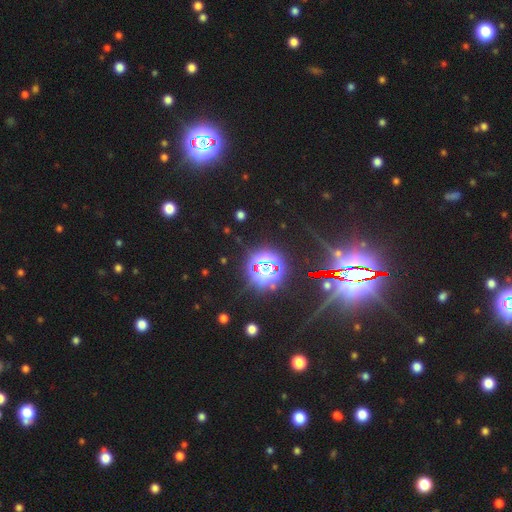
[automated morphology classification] Smooth or featured? star or artifact (83%)